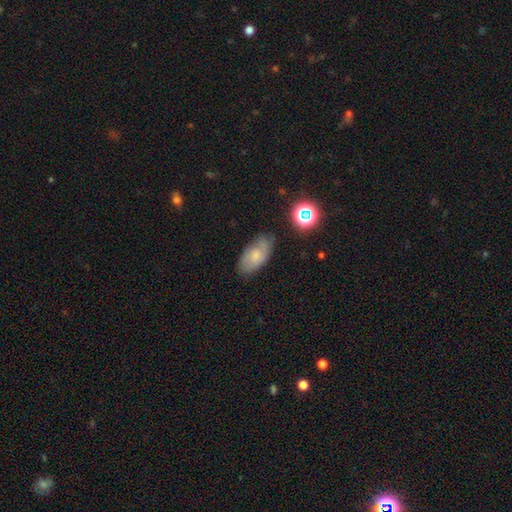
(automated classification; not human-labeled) smooth 57%, featured or disk 33%, star or artifact 10%. Down the decision tree: how rounded — in between (92%); merging — none (69%).